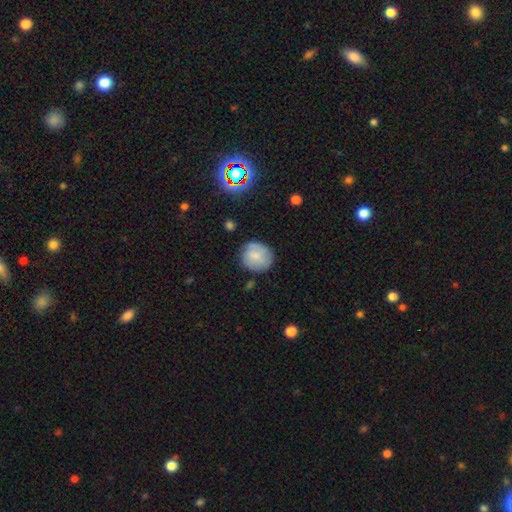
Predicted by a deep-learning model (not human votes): smooth 72%, featured or disk 20%, star or artifact 8%. Down the decision tree: how rounded — round (86%); merging — none (74%).